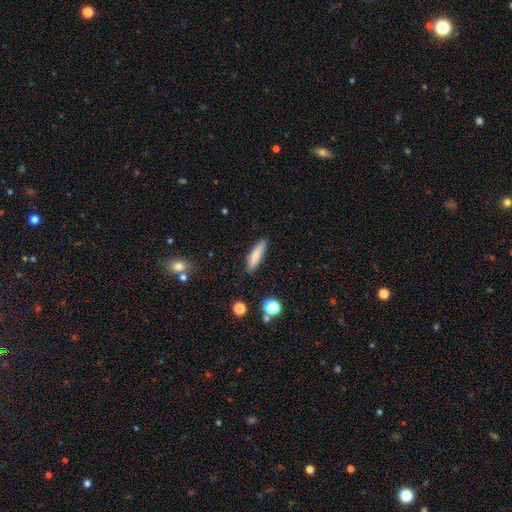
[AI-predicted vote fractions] Q: Smooth or featured?
A: smooth (78%); runner-up: featured or disk (14%)
Q: How rounded?
A: cigar-shaped (73%); runner-up: in between (25%)
Q: Merging?
A: none (85%); runner-up: minor disturbance (11%)